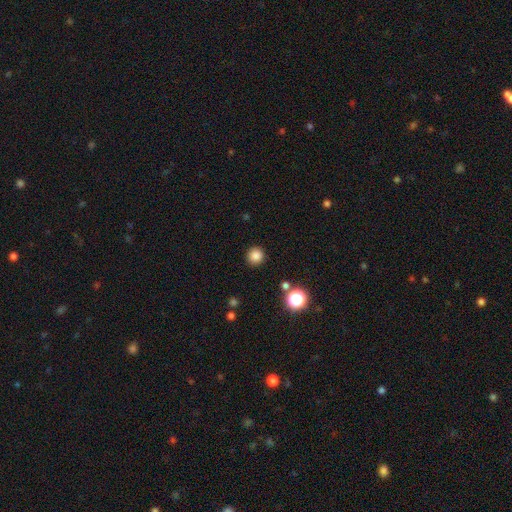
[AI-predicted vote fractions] Q: Smooth or featured?
A: smooth (83%); runner-up: star or artifact (13%)
Q: How rounded?
A: round (94%); runner-up: in between (5%)
Q: Merging?
A: none (91%); runner-up: minor disturbance (6%)